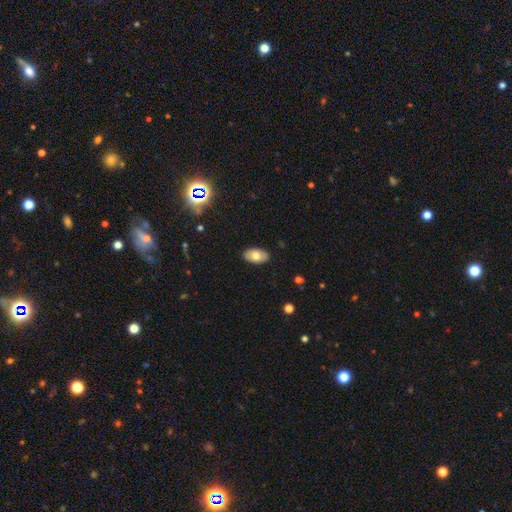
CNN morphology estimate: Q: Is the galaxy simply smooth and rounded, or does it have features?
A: smooth — 70%.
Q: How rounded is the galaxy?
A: in between — 94%.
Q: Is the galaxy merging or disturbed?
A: none — 88%.